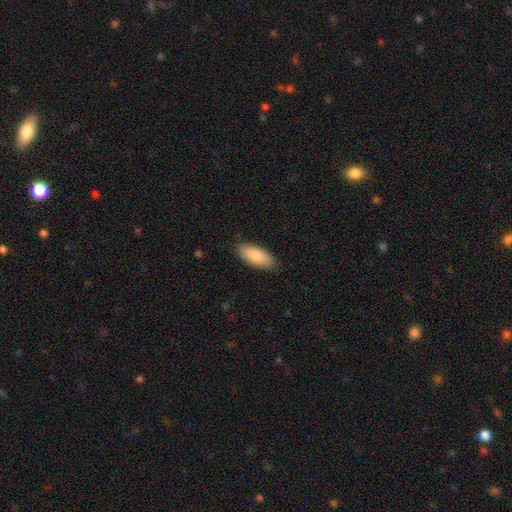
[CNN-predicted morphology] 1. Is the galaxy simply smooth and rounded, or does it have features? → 86% smooth, 9% featured or disk, 5% star or artifact.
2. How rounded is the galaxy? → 86% in between, 12% cigar-shaped, 2% round.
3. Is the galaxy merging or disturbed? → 86% none, 11% minor disturbance, 2% major disturbance, 1% merger.